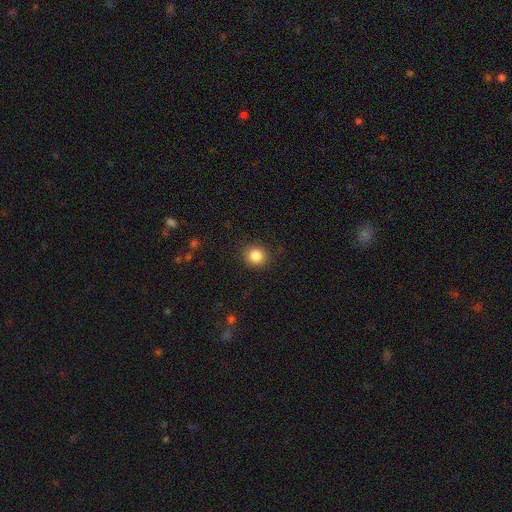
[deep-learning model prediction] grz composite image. It shows a smooth galaxy with no disk features (86%) that is round (87%). Merging: none (89%).